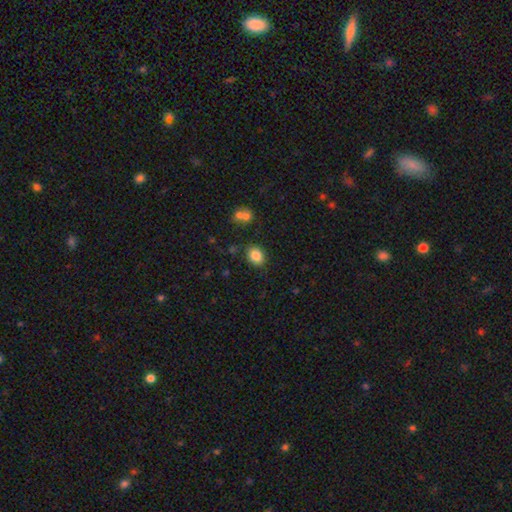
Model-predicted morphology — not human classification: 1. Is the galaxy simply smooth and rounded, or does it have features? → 85% smooth, 10% star or artifact, 6% featured or disk.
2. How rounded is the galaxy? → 57% in between, 42% round, 1% cigar-shaped.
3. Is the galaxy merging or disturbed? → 83% none, 11% minor disturbance, 3% merger, 3% major disturbance.